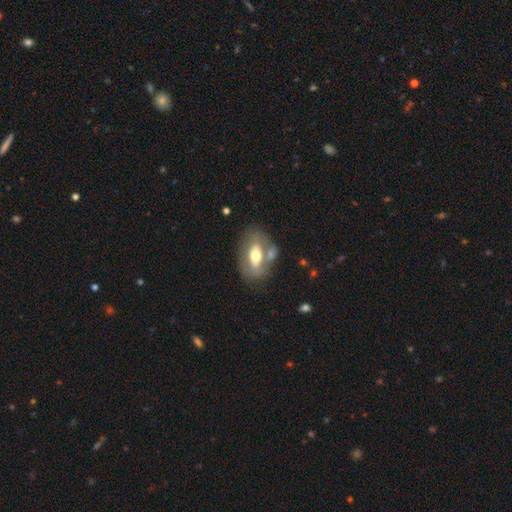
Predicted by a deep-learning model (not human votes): The model was most divided on "smooth or featured" (2-way tie): smooth: 47%, featured or disk: 47%, star or artifact: 6%. More confident: merging — none (55%).